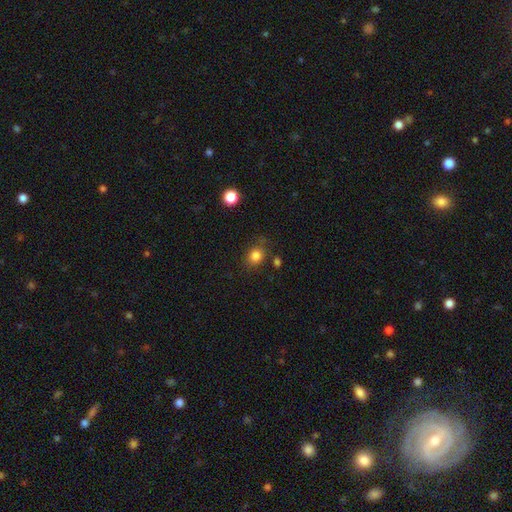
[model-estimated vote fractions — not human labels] This appears to be a smooth galaxy with no disk features (83%) that is round (65%). Merging: none (77%).